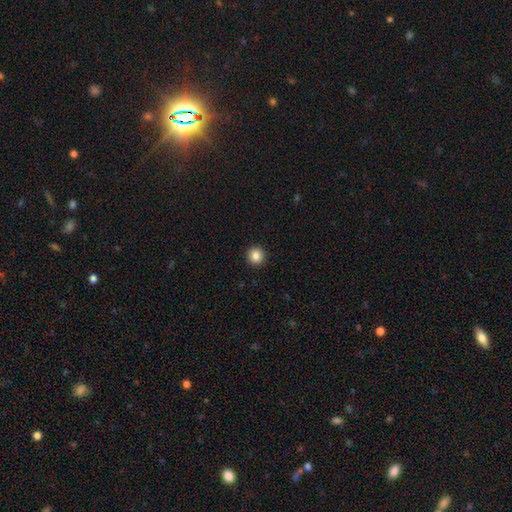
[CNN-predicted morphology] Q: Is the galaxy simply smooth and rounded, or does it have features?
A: smooth — 86%.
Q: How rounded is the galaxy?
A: round — 95%.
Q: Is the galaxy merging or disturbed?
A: none — 93%.